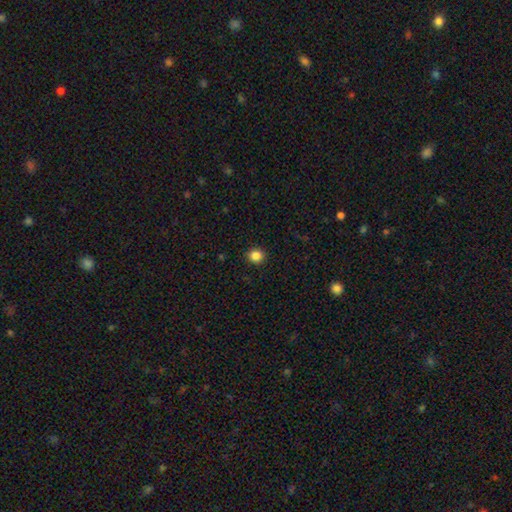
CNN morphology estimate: The model was most divided on "how rounded": round: 86%, in between: 13%, cigar-shaped: 1%. More confident: merging — none (92%); smooth or featured — smooth (85%).